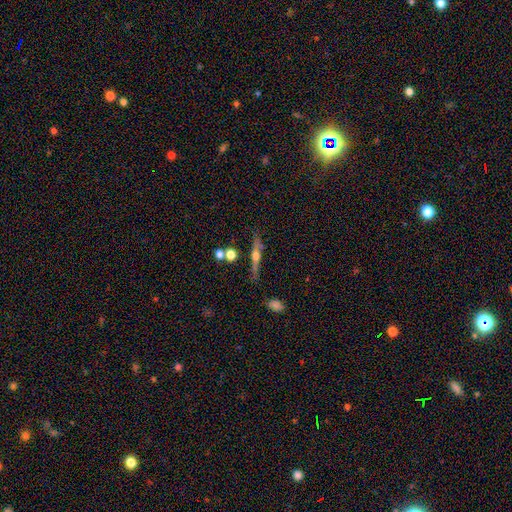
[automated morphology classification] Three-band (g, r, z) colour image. It shows a featured or disk galaxy (65%) viewed edge-on (94%) with a rounded central bulge (91%). Merging: none (75%).